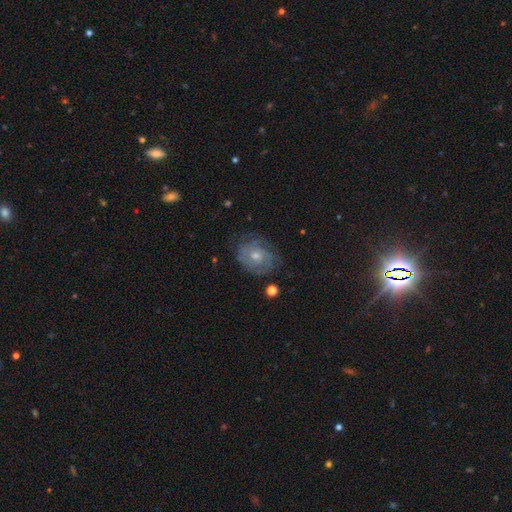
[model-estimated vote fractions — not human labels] The model was most divided on "bulge size": moderate: 54%, small: 41%, large: 2%, none: 2%, dominant: 1%. Remaining: edge-on disk — no (97%); spiral arms — yes (84%); bar — no (77%); merging — none (75%); spiral winding — tight (68%); smooth or featured — featured or disk (67%); spiral arm count — can't tell (47%).